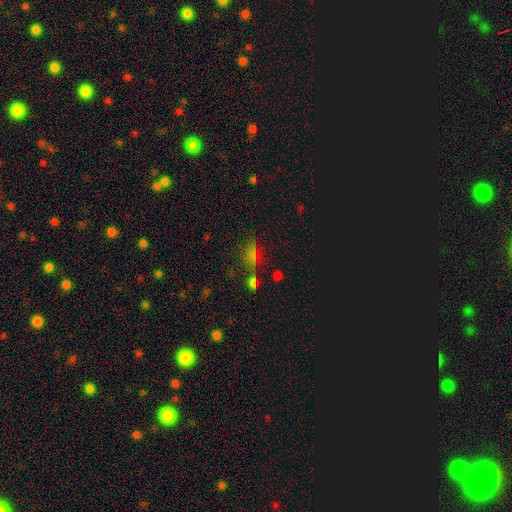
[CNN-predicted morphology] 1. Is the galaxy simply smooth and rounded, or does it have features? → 45% smooth, 42% star or artifact, 13% featured or disk.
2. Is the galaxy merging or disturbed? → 64% none, 16% minor disturbance, 11% merger, 9% major disturbance.